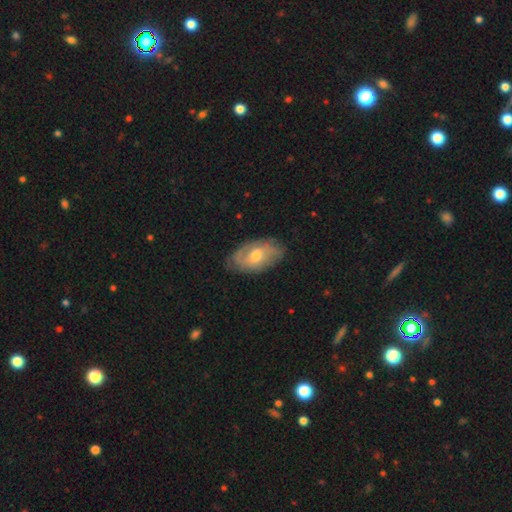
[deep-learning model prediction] A featured or disk galaxy (60%) with no bar (59%), spiral arms (74%) and a moderate central bulge (71%).

Vote fractions:
- Smooth or featured? featured or disk: 60% / smooth: 34% / star or artifact: 6%
- Edge-on disk? no: 91% / yes: 9%
- Bar? no: 59% / weak: 35% / strong: 7%
- Spiral arms? yes: 74% / no: 26%
- Bulge size? moderate: 71% / small: 22% / large: 5% / none: 1% / dominant: 1%
- Merging? none: 76% / minor disturbance: 19% / major disturbance: 4% / merger: 1%